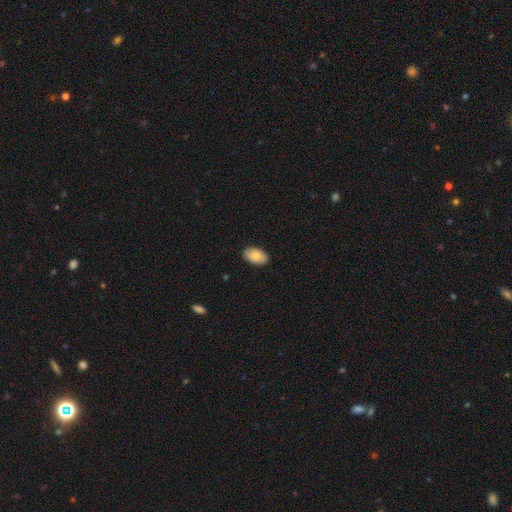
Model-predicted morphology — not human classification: The model was most divided on "smooth or featured": smooth: 83%, featured or disk: 11%, star or artifact: 6%. More confident: how rounded — in between (93%); merging — none (88%).